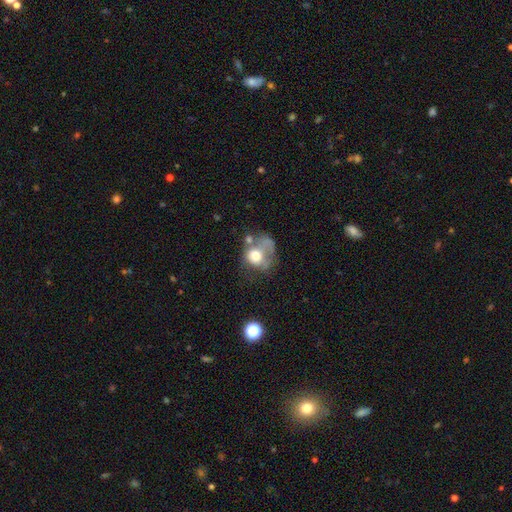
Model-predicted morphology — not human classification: Smooth or featured? smooth (58%)
How rounded? round (57%)
Merging? major disturbance (39%)